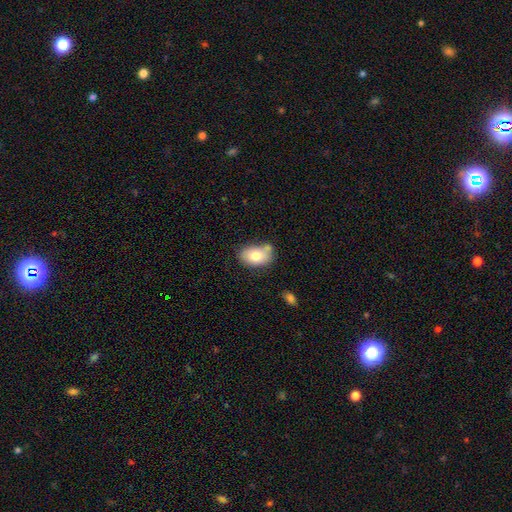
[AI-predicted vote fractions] Smooth or featured: smooth — 75% (featured or disk — 17%)
How rounded: in between — 86% (round — 13%)
Merging: none — 58% (minor disturbance — 22%)